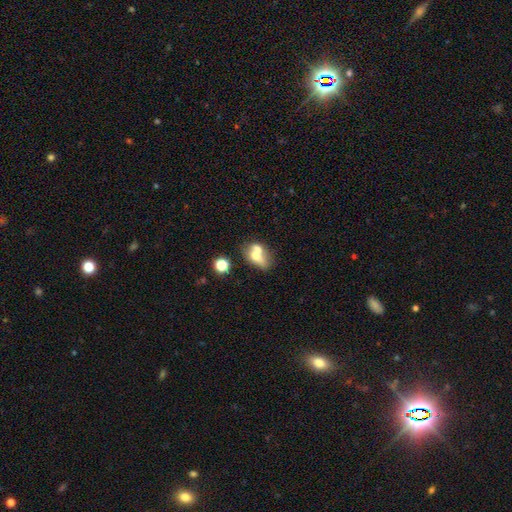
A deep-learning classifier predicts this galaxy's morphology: Q: Smooth or featured?
A: smooth (58%); runner-up: featured or disk (31%)
Q: How rounded?
A: in between (67%); runner-up: round (28%)
Q: Merging?
A: merger (53%); runner-up: none (29%)